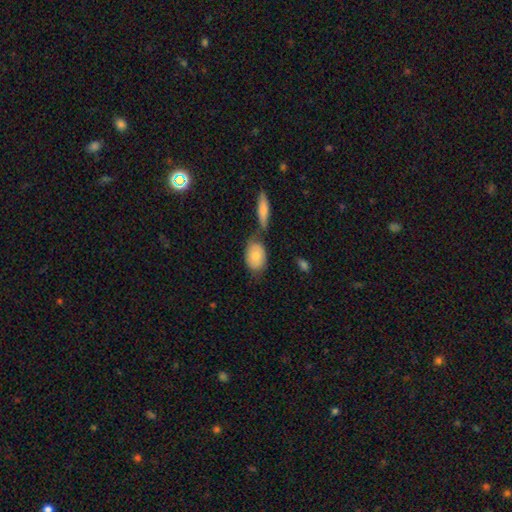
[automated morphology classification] This appears to be a smooth galaxy with no disk features (76%) that is in between round and cigar-shaped (84%). Merging: none (53%).